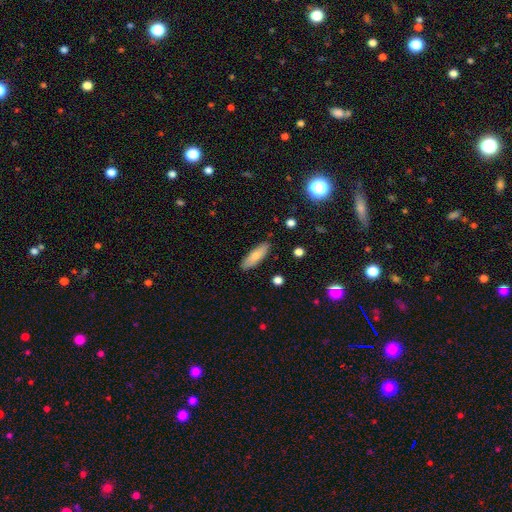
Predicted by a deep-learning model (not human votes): A smooth galaxy with no disk features (78%) that is in between round and cigar-shaped (50%). Merging: none (87%).